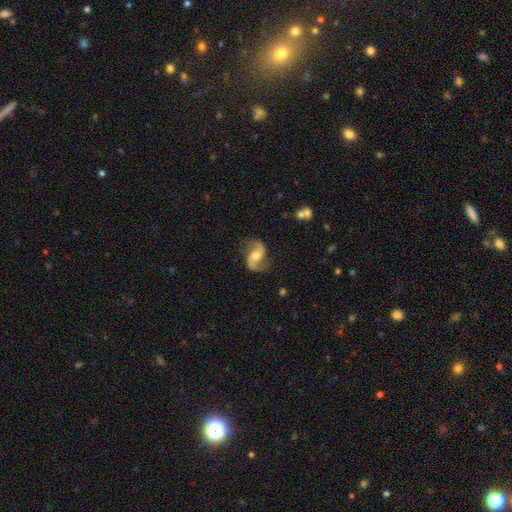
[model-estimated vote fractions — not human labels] The model was most divided on "bar": no: 49%, weak: 37%, strong: 14%. More confident: edge-on disk — no (98%); spiral arms — yes (97%); spiral arm count — 2 (94%); smooth or featured — featured or disk (90%); merging — none (81%); bulge size — moderate (69%); spiral winding — loose (61%).